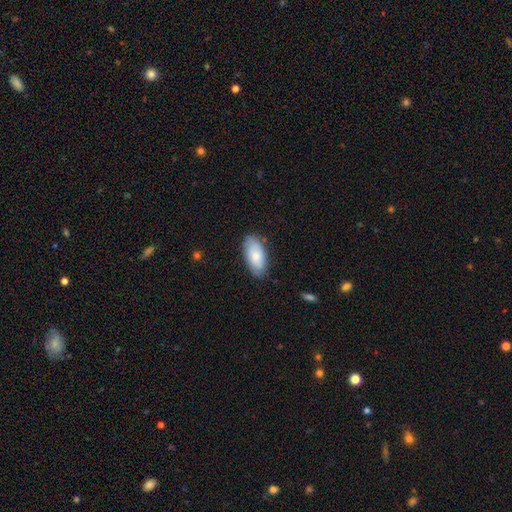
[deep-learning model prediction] smooth 74%, featured or disk 20%, star or artifact 6%. Down the decision tree: how rounded — in between (92%); merging — none (81%).